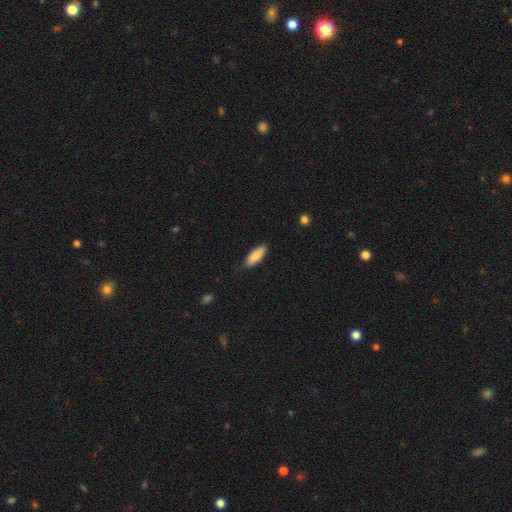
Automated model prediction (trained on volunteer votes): Smooth or featured: smooth — 83% (featured or disk — 11%)
How rounded: in between — 61% (cigar-shaped — 37%)
Merging: none — 82% (minor disturbance — 14%)